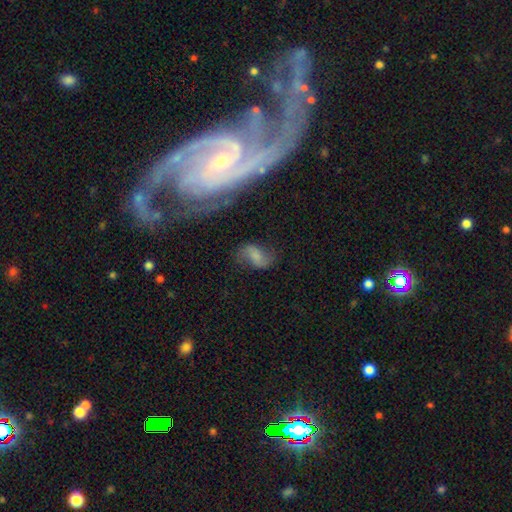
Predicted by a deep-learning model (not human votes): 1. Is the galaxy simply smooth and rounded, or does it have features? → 49% featured or disk, 40% smooth, 11% star or artifact.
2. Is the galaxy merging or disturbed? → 59% none, 23% minor disturbance, 14% major disturbance, 4% merger.